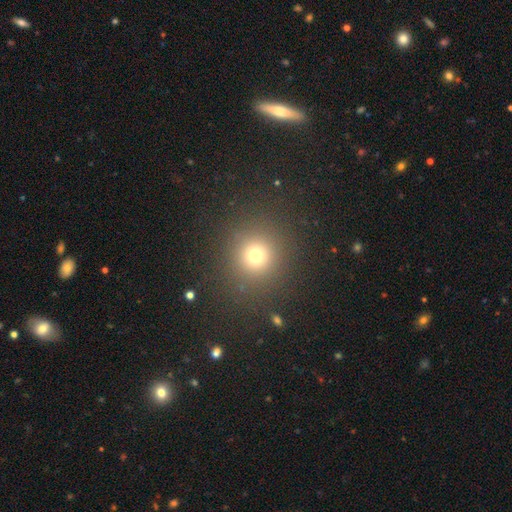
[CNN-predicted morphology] The model was most divided on "smooth or featured": smooth: 72%, star or artifact: 20%, featured or disk: 8%. More confident: how rounded — round (92%); merging — none (88%).